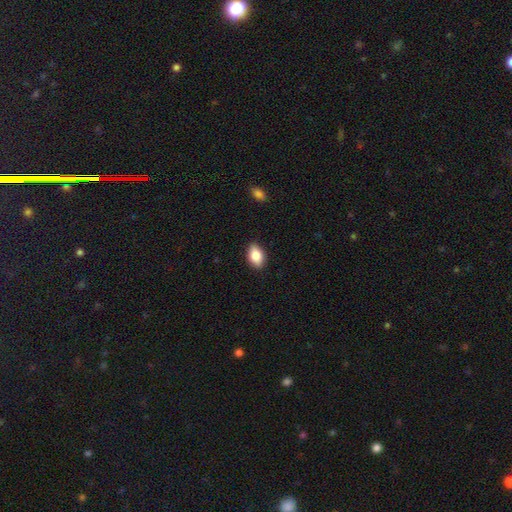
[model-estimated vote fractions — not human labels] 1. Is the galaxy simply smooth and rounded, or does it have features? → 84% smooth, 9% featured or disk, 7% star or artifact.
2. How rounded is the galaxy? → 87% in between, 11% round, 2% cigar-shaped.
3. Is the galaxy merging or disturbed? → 88% none, 9% minor disturbance, 2% major disturbance, 1% merger.